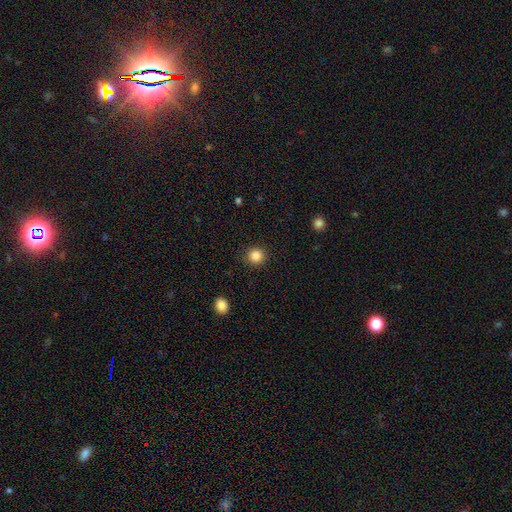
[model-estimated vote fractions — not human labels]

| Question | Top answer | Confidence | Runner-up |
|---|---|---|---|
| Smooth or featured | smooth | 86% | star or artifact (11%) |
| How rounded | round | 93% | in between (6%) |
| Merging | none | 91% | minor disturbance (5%) |